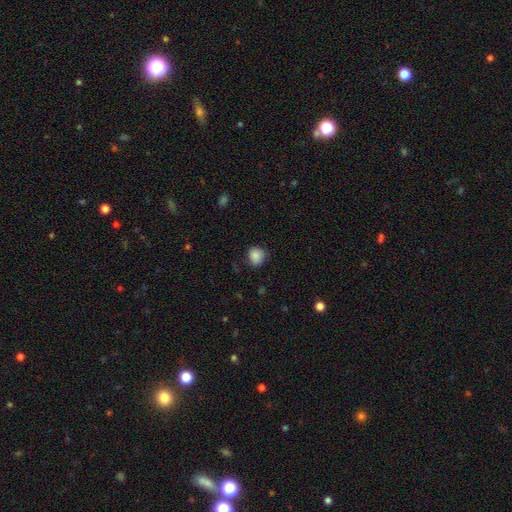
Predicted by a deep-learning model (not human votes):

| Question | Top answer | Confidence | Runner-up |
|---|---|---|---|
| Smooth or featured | smooth | 86% | star or artifact (9%) |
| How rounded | round | 81% | in between (18%) |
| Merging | none | 76% | minor disturbance (18%) |